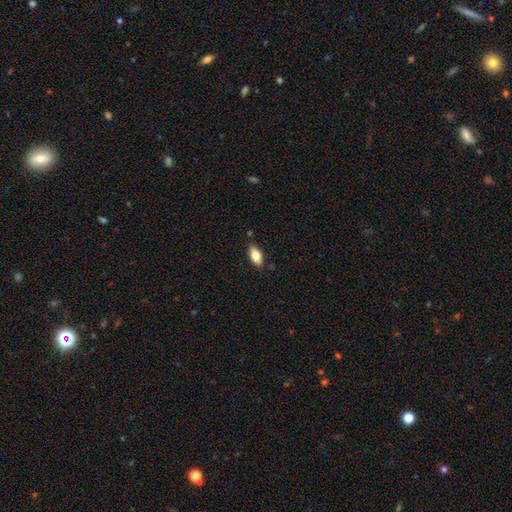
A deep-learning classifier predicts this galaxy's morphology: Smooth or featured?
  - smooth: 78% *
  - featured or disk: 15%
  - star or artifact: 7%
How rounded?
  - in between: 88% *
  - cigar-shaped: 9%
  - round: 3%
Merging?
  - none: 83% *
  - minor disturbance: 13%
  - major disturbance: 2%
  - merger: 2%